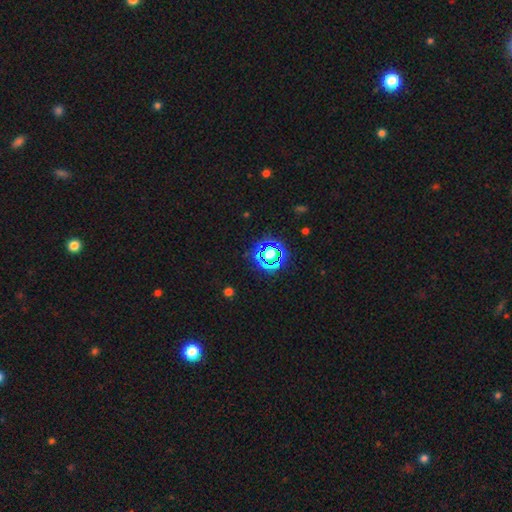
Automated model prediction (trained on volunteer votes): A star or artifact, not a galaxy (74%).